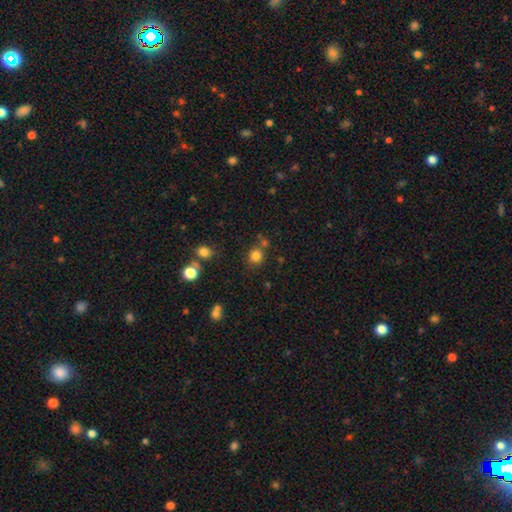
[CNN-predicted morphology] Smooth or featured: smooth — 80% (star or artifact — 15%)
How rounded: round — 87% (in between — 12%)
Merging: none — 73% (merger — 13%)